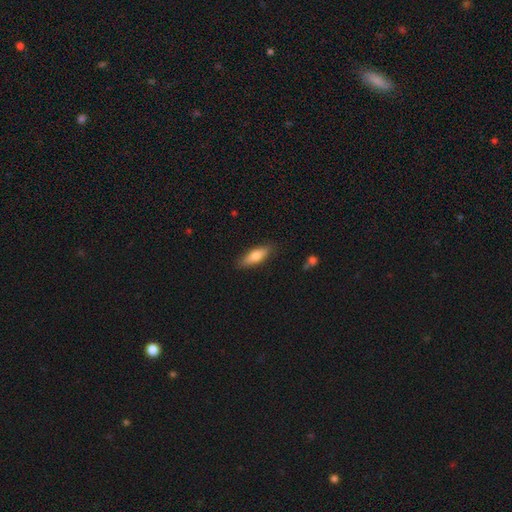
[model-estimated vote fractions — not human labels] smooth-or-featured: smooth: 72% | featured or disk: 22% | star or artifact: 6%
  how-rounded: in between: 51% | cigar-shaped: 47% | round: 2%
  merging: none: 85% | minor disturbance: 11% | major disturbance: 2% | merger: 1%